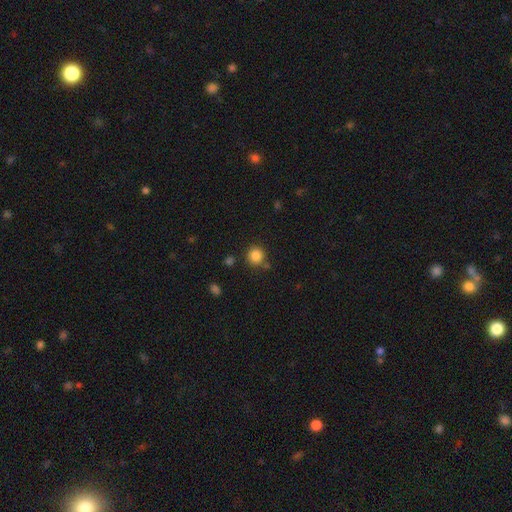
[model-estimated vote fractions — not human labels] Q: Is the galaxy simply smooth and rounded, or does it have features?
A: smooth — 85%.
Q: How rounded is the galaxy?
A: round — 92%.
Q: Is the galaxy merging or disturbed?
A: none — 81%.